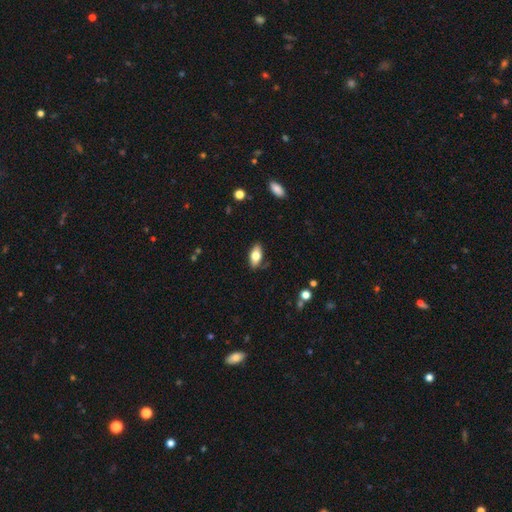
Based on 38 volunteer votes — Smooth or featured? 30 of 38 (79%) said smooth. How rounded? 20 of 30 (67%) said in between. Merging? 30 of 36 (83%) said none.